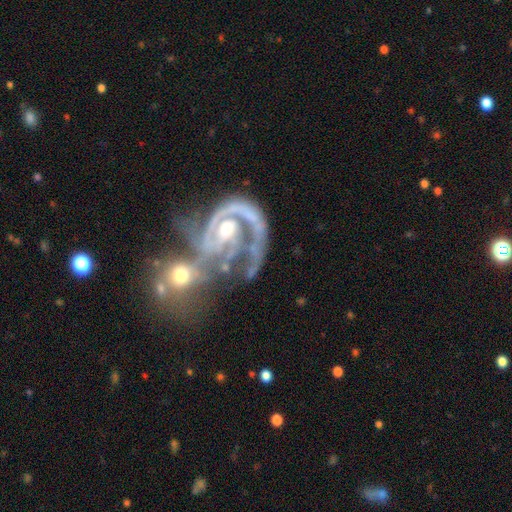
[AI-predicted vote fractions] This is clearly a featured or disk galaxy (89%). It is clearly not viewed edge-on (98%). Bar: possibly no (52%). Spiral arm pattern: clearly yes (96%). Spiral arm count: possibly 2 (55%). Spiral winding: marginally tight (44%). Central bulge: likely moderate (65%). Merging: possibly merger (56%).